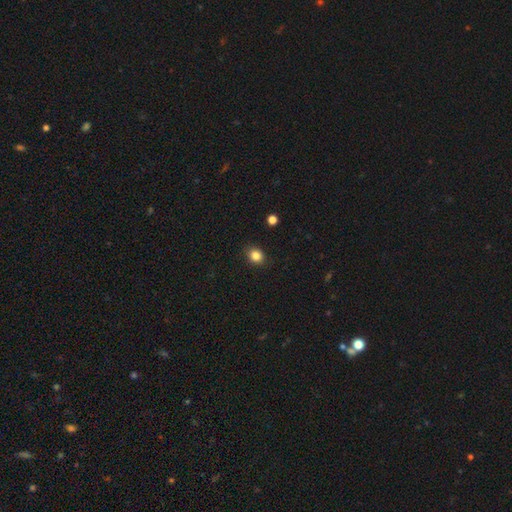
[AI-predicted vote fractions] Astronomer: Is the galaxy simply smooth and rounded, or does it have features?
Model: smooth — 84%.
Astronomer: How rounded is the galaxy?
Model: round — 61% (runner-up: in between, 38%).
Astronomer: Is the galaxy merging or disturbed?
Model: none — 88%.